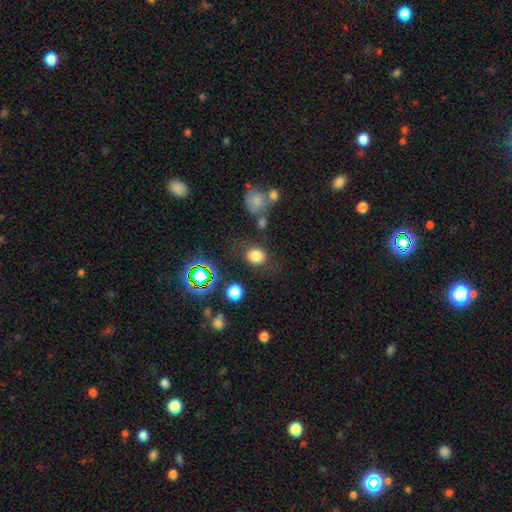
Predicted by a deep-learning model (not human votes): A smooth galaxy with no disk features (78%) that is round (62%).

Vote fractions:
- Smooth or featured? smooth: 78% / star or artifact: 14% / featured or disk: 8%
- How rounded? round: 62% / in between: 37% / cigar-shaped: 1%
- Merging? none: 74% / minor disturbance: 14% / major disturbance: 7% / merger: 6%